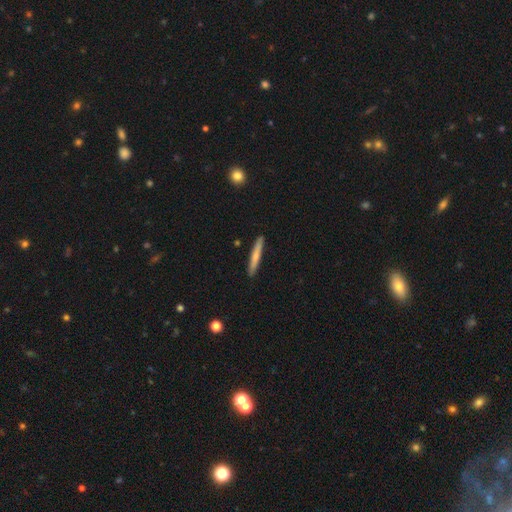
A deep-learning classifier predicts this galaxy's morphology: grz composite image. It shows a smooth galaxy with no disk features (63%) that is cigar-shaped (95%). Merging: none (90%).